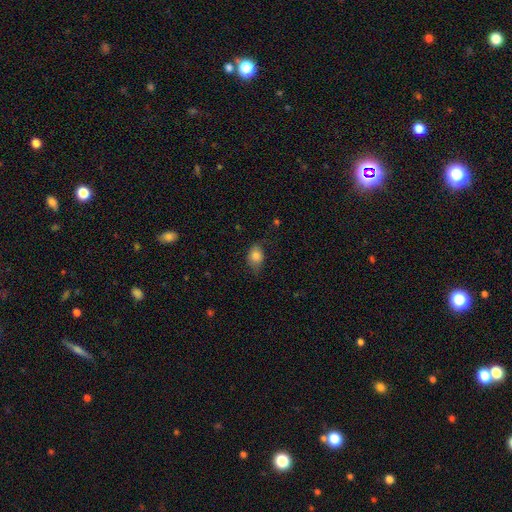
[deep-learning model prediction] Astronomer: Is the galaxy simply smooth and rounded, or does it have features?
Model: smooth — 81%.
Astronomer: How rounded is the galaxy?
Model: in between — 70%.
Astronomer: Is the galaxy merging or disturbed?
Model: none — 63%.